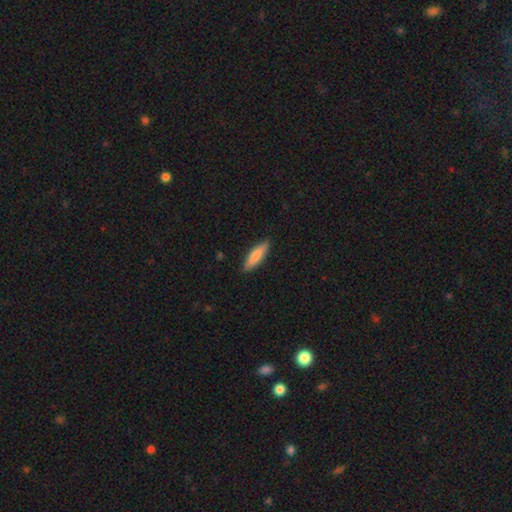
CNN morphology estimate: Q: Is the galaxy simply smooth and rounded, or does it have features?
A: smooth — 79%.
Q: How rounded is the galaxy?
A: cigar-shaped — 62%.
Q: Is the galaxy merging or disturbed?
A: none — 87%.